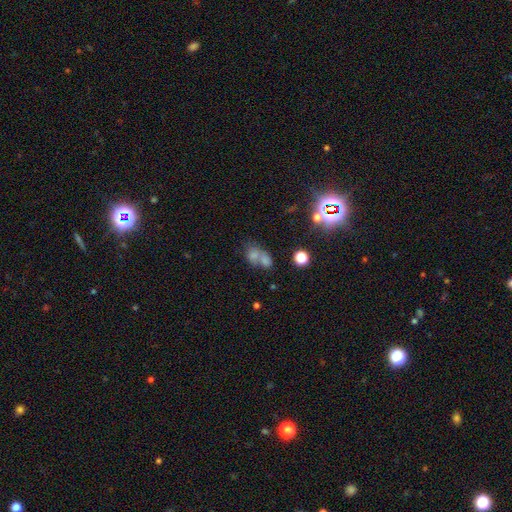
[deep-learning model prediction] This appears to be a smooth galaxy with no disk features (65%) that is in between round and cigar-shaped (57%). Merging: merger (63%).